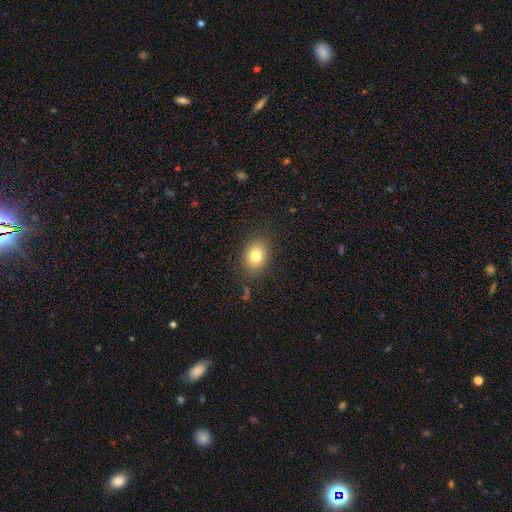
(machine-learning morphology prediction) smooth_or_featured: smooth (p=0.79) [alt: star or artifact p=0.11]
how_rounded: in between (p=0.60) [alt: round p=0.39]
merging: none (p=0.85) [alt: minor disturbance p=0.11]